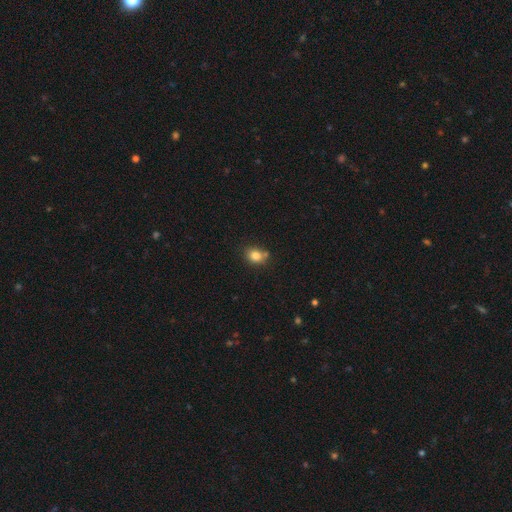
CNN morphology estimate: smooth_or_featured: smooth (p=0.82) [alt: star or artifact p=0.11]
how_rounded: round (p=0.58) [alt: in between p=0.41]
merging: none (p=0.67) [alt: minor disturbance p=0.17]